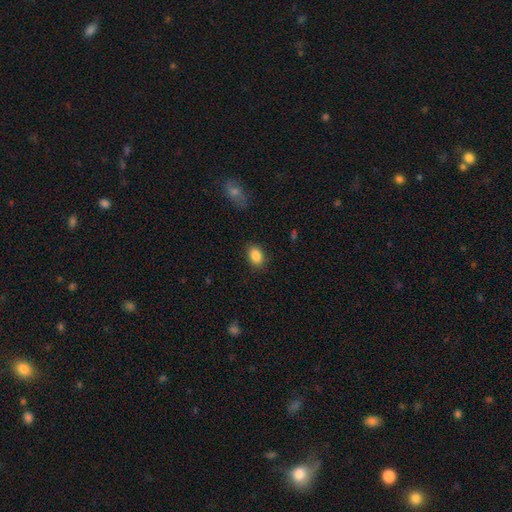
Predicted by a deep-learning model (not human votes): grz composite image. It shows a smooth galaxy with no disk features (86%) that is in between round and cigar-shaped (76%). Merging: none (86%).